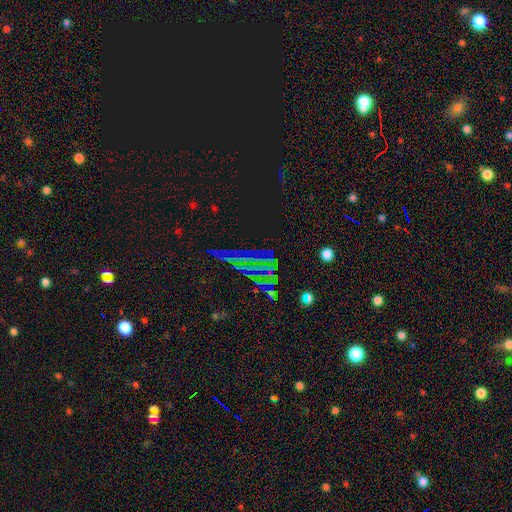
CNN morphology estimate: Q: Smooth or featured?
A: star or artifact (65%); runner-up: smooth (20%)